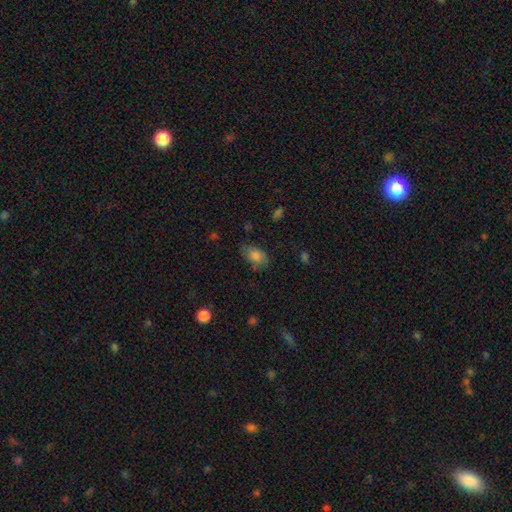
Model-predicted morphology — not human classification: type=smooth (78%); roundness=in between (87%); merging=none (63%).